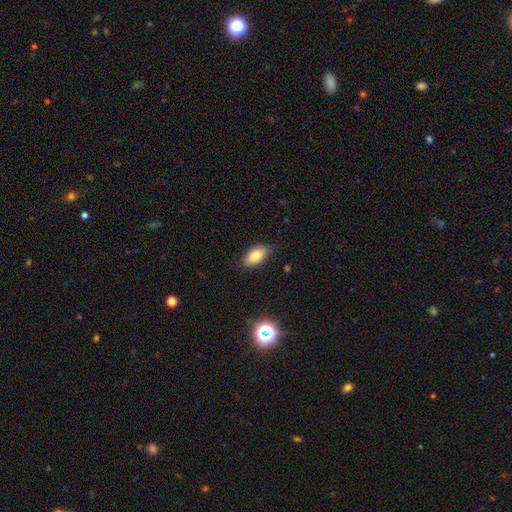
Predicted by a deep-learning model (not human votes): A smooth galaxy with no disk features (81%) that is in between round and cigar-shaped (91%).

Vote fractions:
- Smooth or featured? smooth: 81% / featured or disk: 10% / star or artifact: 9%
- How rounded? in between: 91% / round: 5% / cigar-shaped: 4%
- Merging? none: 85% / minor disturbance: 11% / major disturbance: 2% / merger: 1%